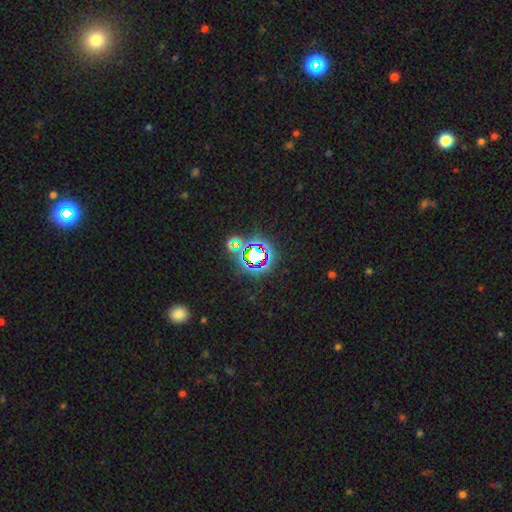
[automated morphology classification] This is likely a star or artifact rather than a galaxy (72%).